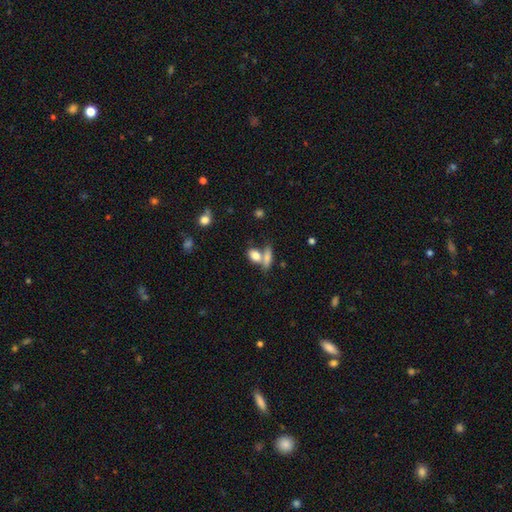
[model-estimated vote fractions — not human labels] Smooth or featured? Predicted: smooth (p=0.78). How rounded? Predicted: in between (p=0.71). Merging? Predicted: merger (p=0.46).